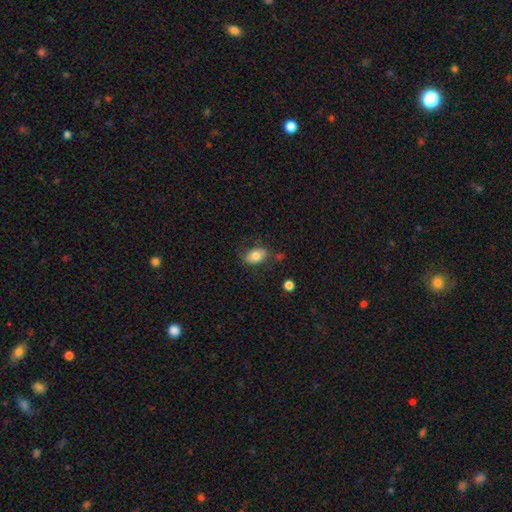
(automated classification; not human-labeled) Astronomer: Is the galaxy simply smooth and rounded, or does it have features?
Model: smooth — 76%.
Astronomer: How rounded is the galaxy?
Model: in between — 88%.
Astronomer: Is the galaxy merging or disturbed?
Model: none — 64%.